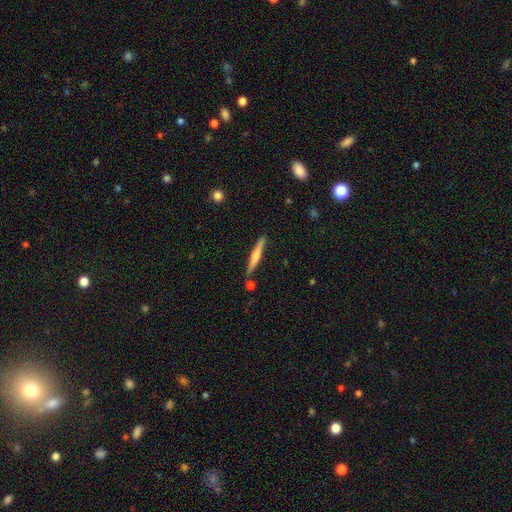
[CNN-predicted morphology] Smooth or featured? Predicted: featured or disk (p=0.58). Edge-on disk? Predicted: yes (p=0.98). Edge-on bulge? Predicted: rounded (p=0.78). Merging? Predicted: none (p=0.87).